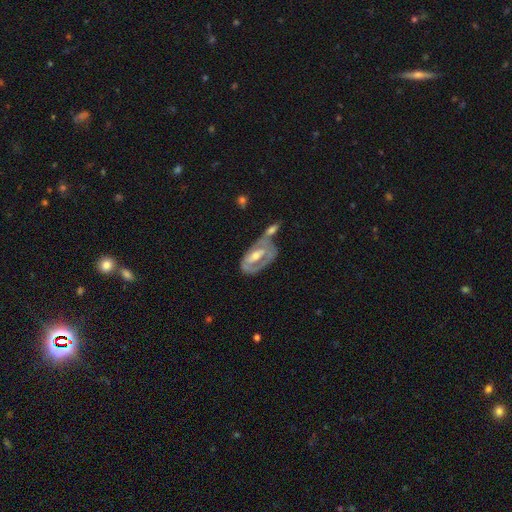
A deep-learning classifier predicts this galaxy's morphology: This appears to be a featured or disk galaxy (72%) with no bar (41%), spiral arms (59%) and a moderate central bulge (61%). Merging: merger (35%).